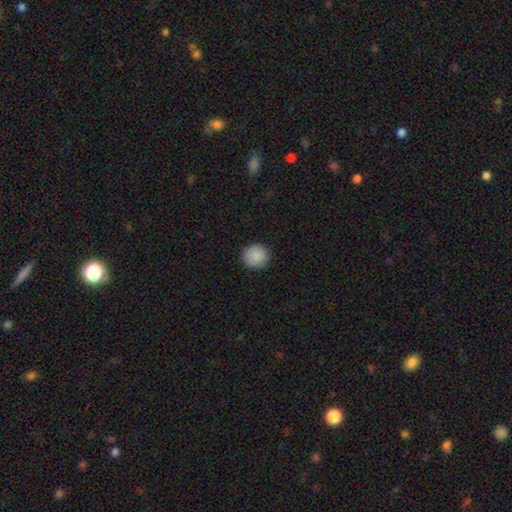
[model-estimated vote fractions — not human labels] Morphology: type=smooth (89%); roundness=round (93%); merging=none (90%).